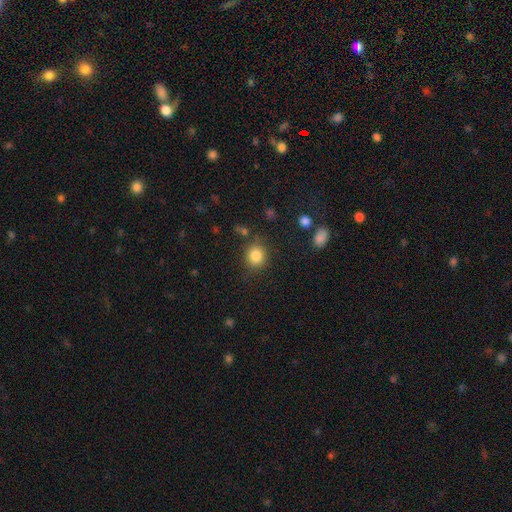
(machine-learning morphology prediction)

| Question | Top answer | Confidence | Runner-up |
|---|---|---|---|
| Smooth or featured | smooth | 84% | star or artifact (11%) |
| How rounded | round | 81% | in between (18%) |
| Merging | none | 83% | minor disturbance (11%) |